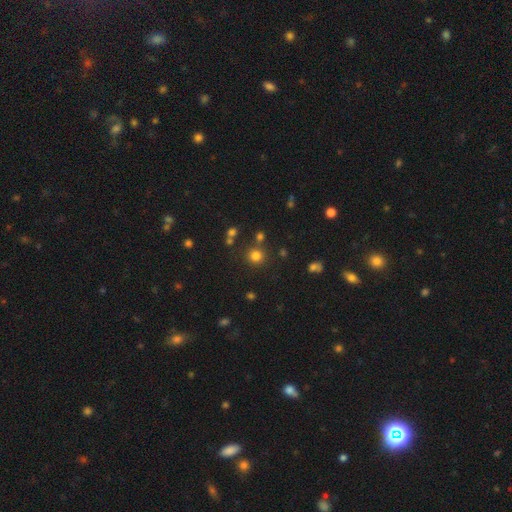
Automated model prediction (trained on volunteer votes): Overall: smooth (77%). How rounded: round (92%). Merging: none (81%).